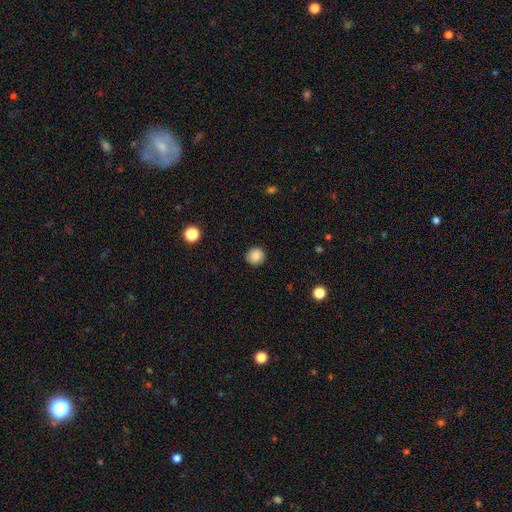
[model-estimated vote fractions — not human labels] A smooth galaxy with no disk features (86%) that is round (93%). Merging: none (91%).